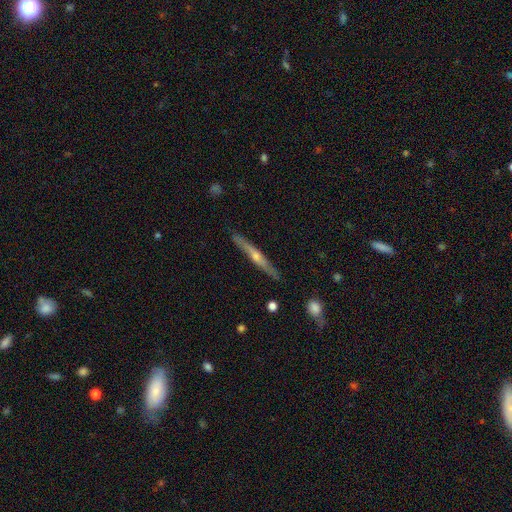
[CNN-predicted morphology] Q: Smooth or featured?
A: featured or disk (69%); runner-up: smooth (25%)
Q: Edge-on disk?
A: yes (97%); runner-up: no (3%)
Q: Edge-on bulge?
A: rounded (79%); runner-up: none (16%)
Q: Merging?
A: none (88%); runner-up: minor disturbance (9%)